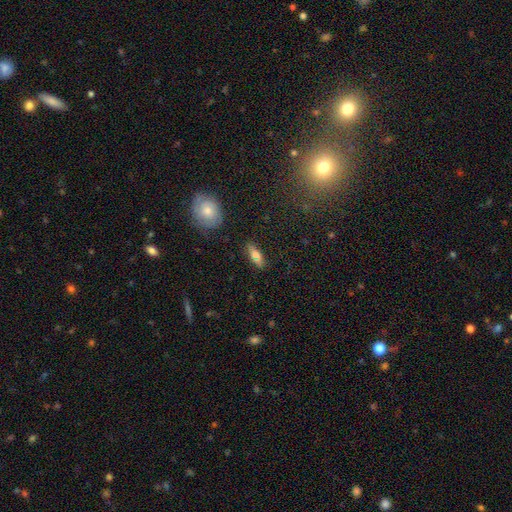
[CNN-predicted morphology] smooth-or-featured: smooth: 67% | featured or disk: 22% | star or artifact: 10%
  how-rounded: in between: 64% | cigar-shaped: 32% | round: 4%
  merging: none: 82% | minor disturbance: 12% | merger: 3% | major disturbance: 3%